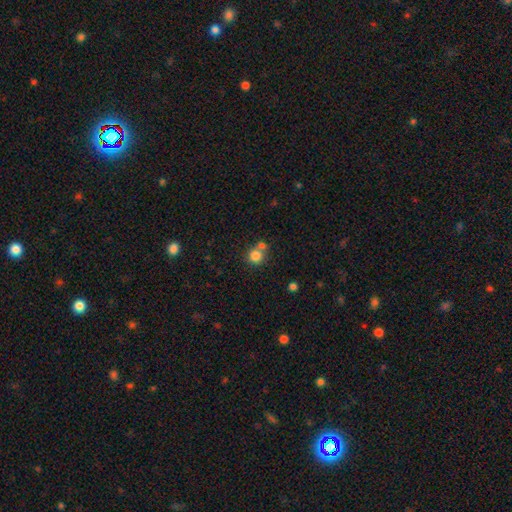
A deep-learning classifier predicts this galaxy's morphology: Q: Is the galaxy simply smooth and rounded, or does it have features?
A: smooth — 82%.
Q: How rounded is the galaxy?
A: round — 90%.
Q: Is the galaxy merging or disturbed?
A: none — 57%.